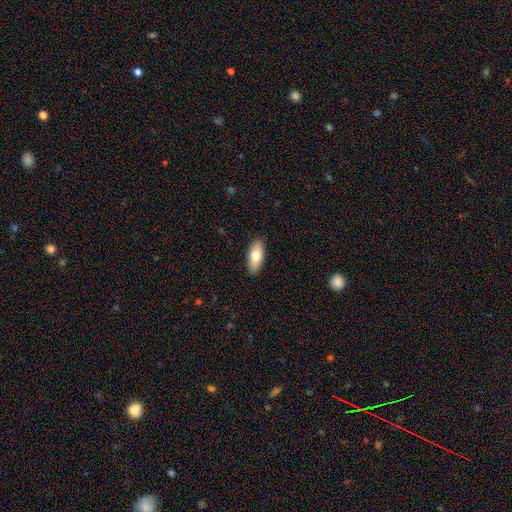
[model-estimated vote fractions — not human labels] smooth-or-featured: smooth: 76% | featured or disk: 18% | star or artifact: 6%
  how-rounded: in between: 85% | cigar-shaped: 12% | round: 2%
  merging: none: 89% | minor disturbance: 8% | major disturbance: 2% | merger: 1%